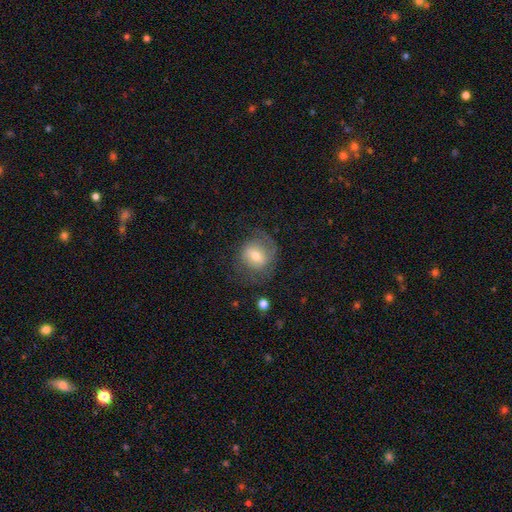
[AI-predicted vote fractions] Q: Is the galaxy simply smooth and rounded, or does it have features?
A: featured or disk — 49%.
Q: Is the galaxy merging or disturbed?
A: none — 60%.